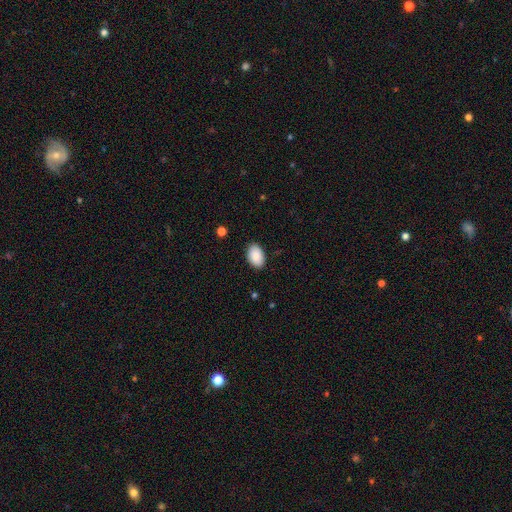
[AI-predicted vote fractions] Morphology: type=smooth (90%); roundness=in between (93%); merging=none (88%).